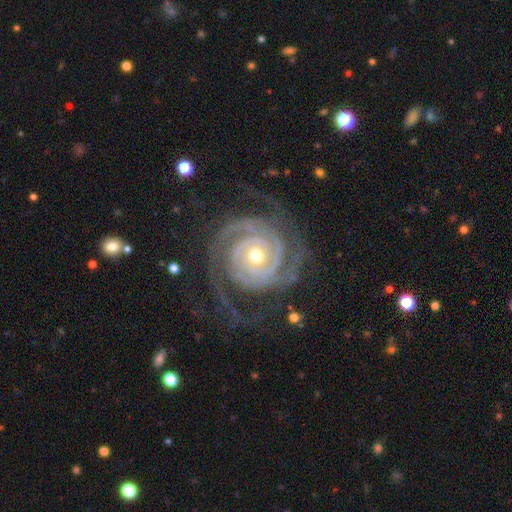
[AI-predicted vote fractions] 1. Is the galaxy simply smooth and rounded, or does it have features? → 93% featured or disk, 4% star or artifact, 2% smooth.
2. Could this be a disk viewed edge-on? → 98% no, 2% yes.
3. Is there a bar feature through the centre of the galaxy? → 66% no, 21% weak, 13% strong.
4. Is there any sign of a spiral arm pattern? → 99% yes, 1% no.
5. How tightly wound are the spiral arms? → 84% tight, 14% medium, 2% loose.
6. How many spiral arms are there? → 44% 2, 27% 3, 10% can't tell, 9% 4, 6% more than 4, 5% 1.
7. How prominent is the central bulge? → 56% moderate, 40% small, 2% large, 1% none, 1% dominant.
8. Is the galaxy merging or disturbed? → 73% none, 15% minor disturbance, 10% major disturbance, 1% merger.